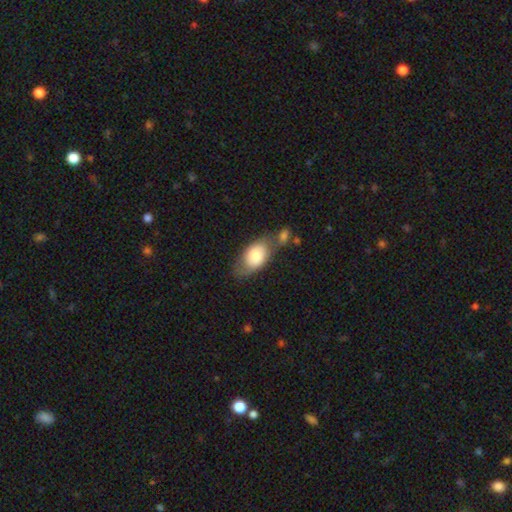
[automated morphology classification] smooth 72%, featured or disk 22%, star or artifact 6%. Down the decision tree: how rounded — in between (86%); merging — none (44%).